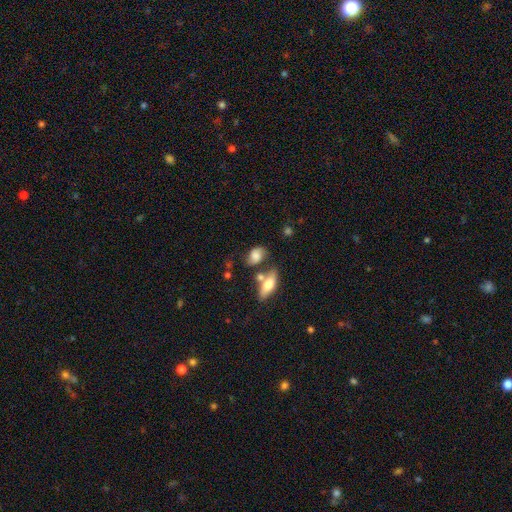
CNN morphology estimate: type=smooth (68%); roundness=in between (79%); merging=none (49%).